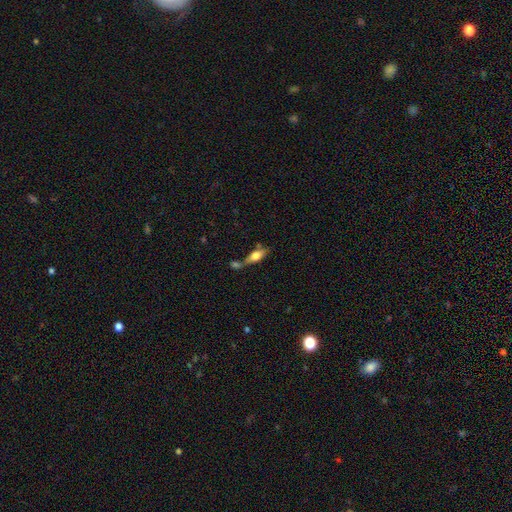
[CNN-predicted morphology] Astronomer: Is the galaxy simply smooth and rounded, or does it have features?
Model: smooth — 61%.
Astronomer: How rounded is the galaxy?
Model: in between — 69%.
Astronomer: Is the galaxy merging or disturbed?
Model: none — 42% (runner-up: merger, 35%).